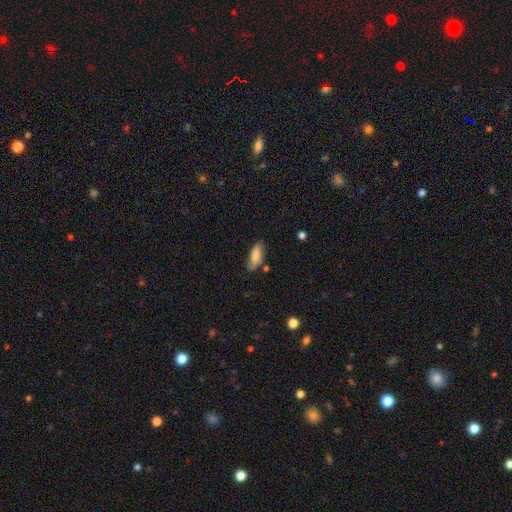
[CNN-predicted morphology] smooth-or-featured: smooth: 73% | featured or disk: 20% | star or artifact: 7%
  how-rounded: in between: 75% | cigar-shaped: 23% | round: 2%
  merging: none: 65% | minor disturbance: 24% | major disturbance: 6% | merger: 5%